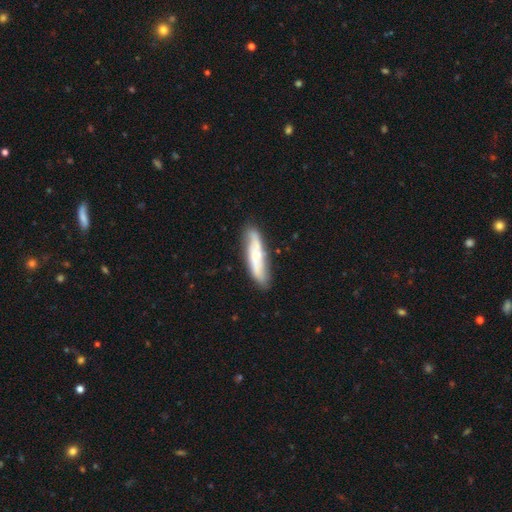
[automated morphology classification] This appears to be a featured or disk galaxy (51%). Merging: none (79%).